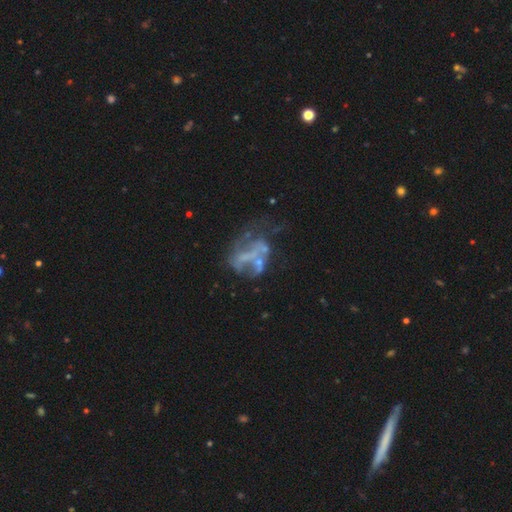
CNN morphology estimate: This is likely a featured or disk galaxy (67%). It is clearly not viewed edge-on (97%). Bar: likely no (74%). Spiral arm pattern: likely no (78%). Central bulge: likely none (67%). Merging: marginally major disturbance (38%).